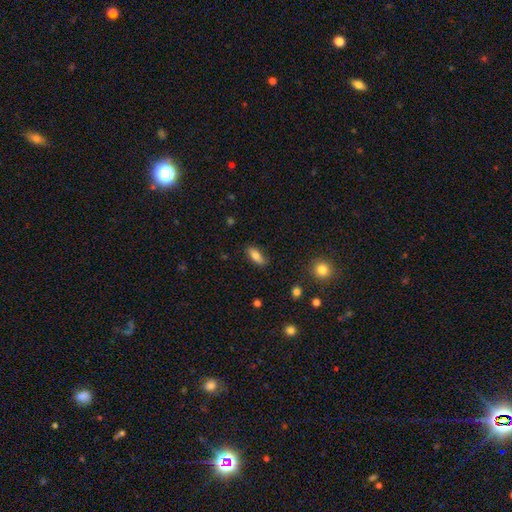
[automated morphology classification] A smooth galaxy with no disk features (78%) that is in between round and cigar-shaped (75%). Merging: none (79%).